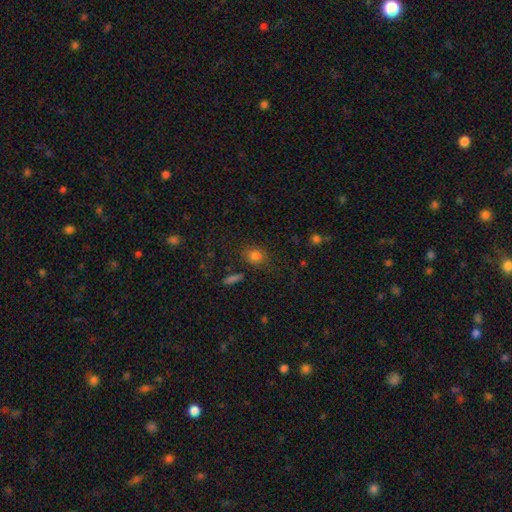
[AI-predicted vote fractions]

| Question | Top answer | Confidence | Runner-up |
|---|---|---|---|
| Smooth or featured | smooth | 73% | star or artifact (19%) |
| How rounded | round | 54% | in between (44%) |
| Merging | none | 70% | minor disturbance (15%) |